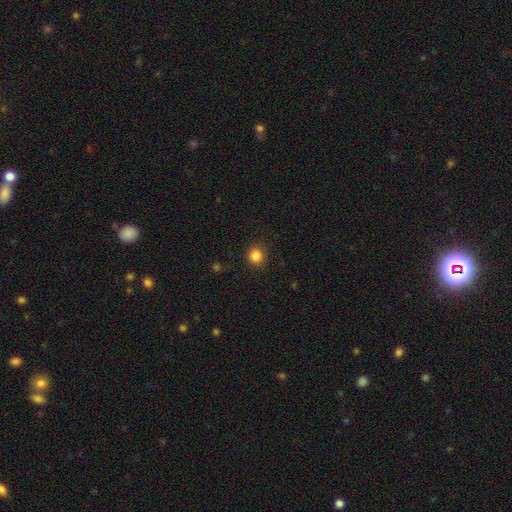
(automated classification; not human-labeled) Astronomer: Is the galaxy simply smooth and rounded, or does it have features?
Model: smooth — 85%.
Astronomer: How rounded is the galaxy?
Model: round — 92%.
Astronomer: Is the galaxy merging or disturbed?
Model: none — 91%.